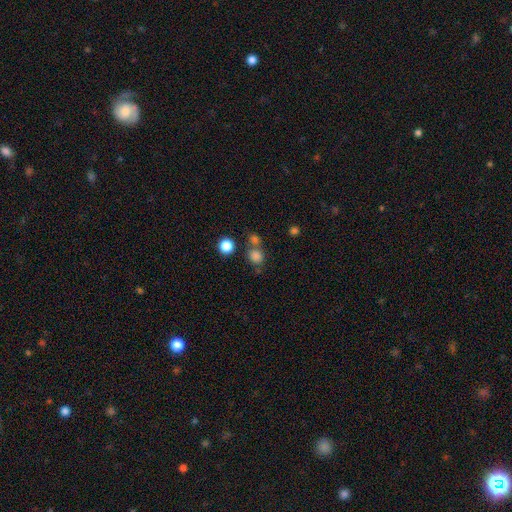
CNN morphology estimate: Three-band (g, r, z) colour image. It shows a smooth galaxy with no disk features (80%) that is round (81%). Merging: none (61%).